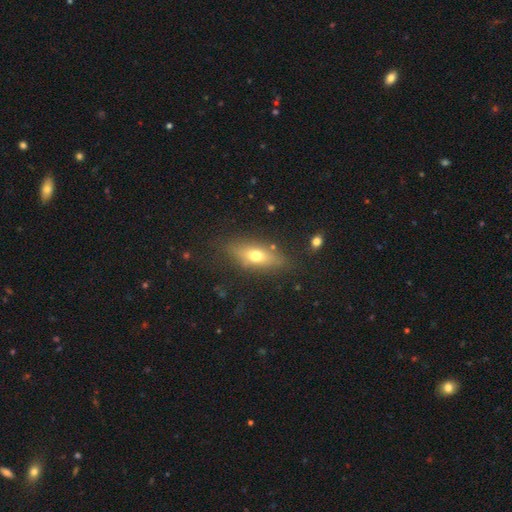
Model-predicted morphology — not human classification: smooth-or-featured: smooth: 62% | featured or disk: 29% | star or artifact: 9%
  how-rounded: in between: 67% | cigar-shaped: 27% | round: 6%
  merging: none: 78% | minor disturbance: 14% | major disturbance: 5% | merger: 2%